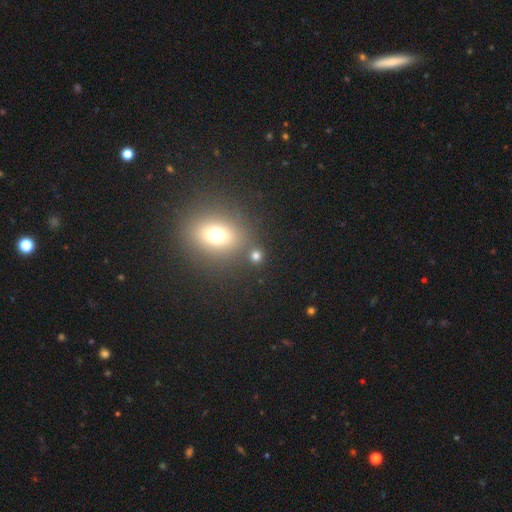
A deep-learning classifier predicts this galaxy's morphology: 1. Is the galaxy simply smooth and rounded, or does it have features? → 72% smooth, 20% star or artifact, 7% featured or disk.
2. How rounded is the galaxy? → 83% round, 15% in between, 1% cigar-shaped.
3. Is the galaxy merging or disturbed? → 74% none, 14% merger, 8% minor disturbance, 4% major disturbance.